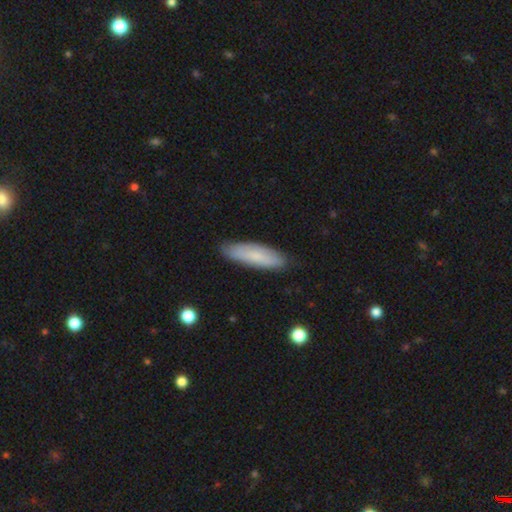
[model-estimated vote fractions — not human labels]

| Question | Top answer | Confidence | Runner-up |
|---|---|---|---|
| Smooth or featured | smooth | 76% | featured or disk (18%) |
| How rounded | cigar-shaped | 61% | in between (38%) |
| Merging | none | 85% | minor disturbance (12%) |